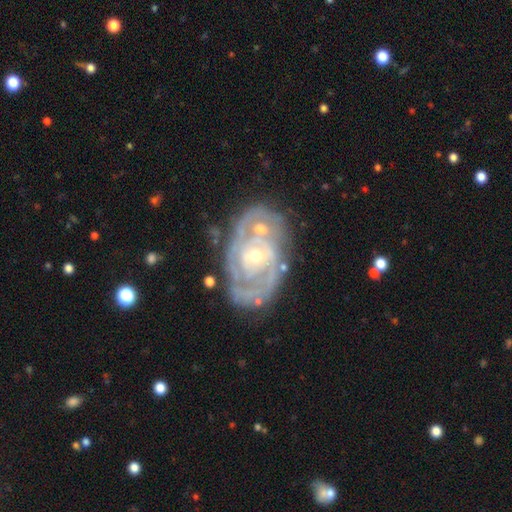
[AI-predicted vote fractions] Smooth or featured? Predicted: featured or disk (p=0.87). Edge-on disk? Predicted: no (p=0.96). Bar? Predicted: no (p=0.61). Spiral arms? Predicted: yes (p=0.90). Spiral winding? Predicted: tight (p=0.68). Spiral arm count? Predicted: 2 (p=0.40). Bulge size? Predicted: small (p=0.57). Merging? Predicted: none (p=0.64).